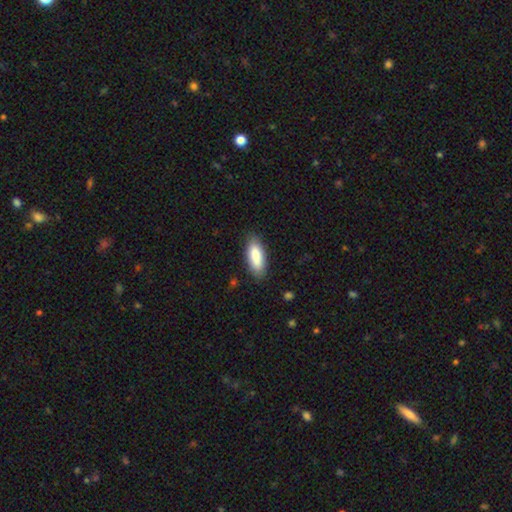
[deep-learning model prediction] smooth_or_featured: smooth (p=0.84) [alt: featured or disk p=0.10]
how_rounded: in between (p=0.77) [alt: cigar-shaped p=0.21]
merging: none (p=0.83) [alt: minor disturbance p=0.13]